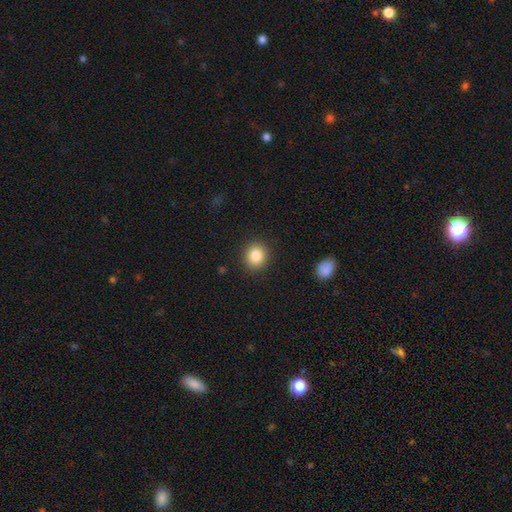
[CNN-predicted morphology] smooth 84%, star or artifact 10%, featured or disk 6%. Down the decision tree: how rounded — round (80%); merging — none (90%).